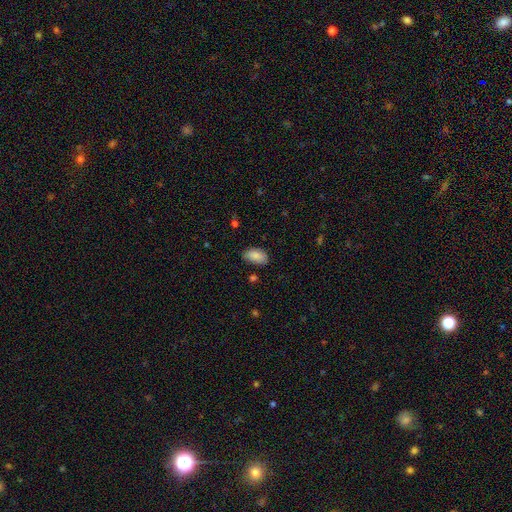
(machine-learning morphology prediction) A smooth galaxy with no disk features (87%) that is in between round and cigar-shaped (94%).

Vote fractions:
- Smooth or featured? smooth: 87% / star or artifact: 7% / featured or disk: 7%
- How rounded? in between: 94% / round: 4% / cigar-shaped: 2%
- Merging? none: 79% / minor disturbance: 16% / major disturbance: 3% / merger: 2%